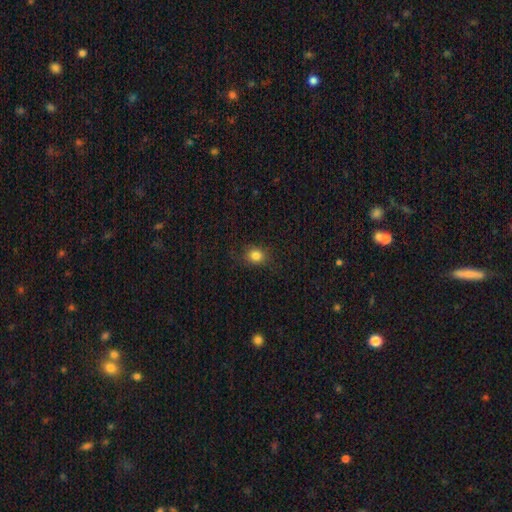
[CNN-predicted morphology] Smooth or featured? smooth (82%)
How rounded? round (68%)
Merging? none (81%)